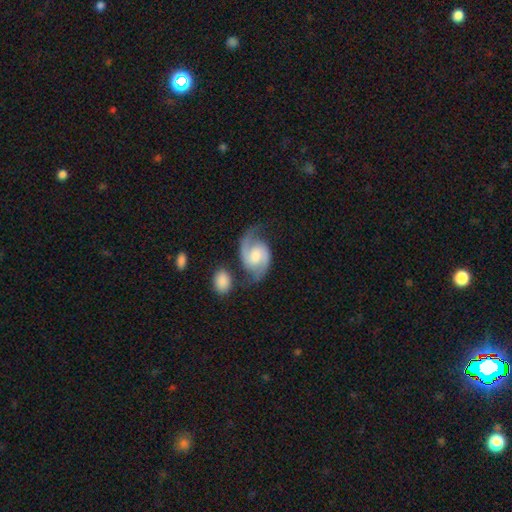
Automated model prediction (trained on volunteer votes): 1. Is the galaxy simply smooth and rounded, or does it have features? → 87% featured or disk, 8% smooth, 5% star or artifact.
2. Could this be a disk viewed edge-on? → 98% no, 2% yes.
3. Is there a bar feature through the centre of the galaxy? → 45% no, 44% weak, 11% strong.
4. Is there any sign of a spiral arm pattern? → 97% yes, 3% no.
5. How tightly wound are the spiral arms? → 57% medium, 26% loose, 17% tight.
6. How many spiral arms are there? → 93% 2, 2% can't tell, 2% 1, 1% 3, 1% 4, 1% more than 4.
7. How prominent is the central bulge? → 50% moderate, 26% small, 14% large, 8% none, 2% dominant.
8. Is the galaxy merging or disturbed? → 67% none, 17% minor disturbance, 8% merger, 8% major disturbance.